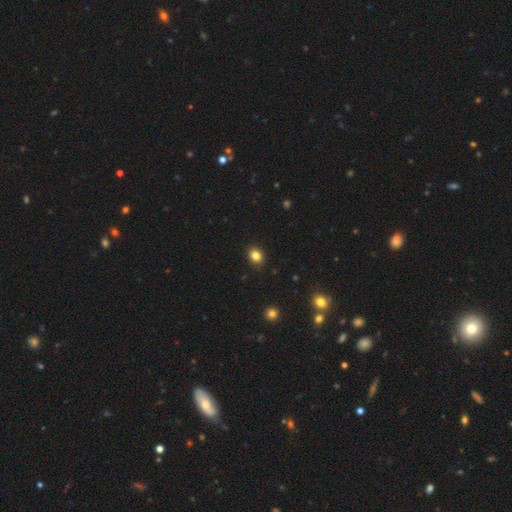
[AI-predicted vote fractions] A smooth galaxy with no disk features (84%) that is round (55%).

Vote fractions:
- Smooth or featured? smooth: 84% / star or artifact: 11% / featured or disk: 5%
- How rounded? round: 55% / in between: 44% / cigar-shaped: 1%
- Merging? none: 90% / minor disturbance: 7% / major disturbance: 2% / merger: 1%